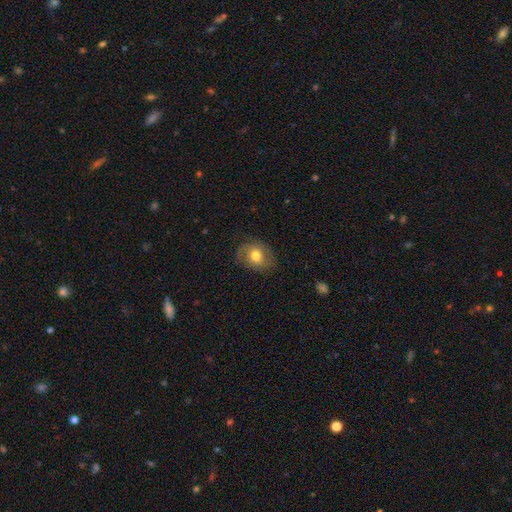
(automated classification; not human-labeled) The model was most divided on "how rounded": round: 53%, in between: 46%, cigar-shaped: 1%. More confident: merging — none (70%); smooth or featured — smooth (62%).